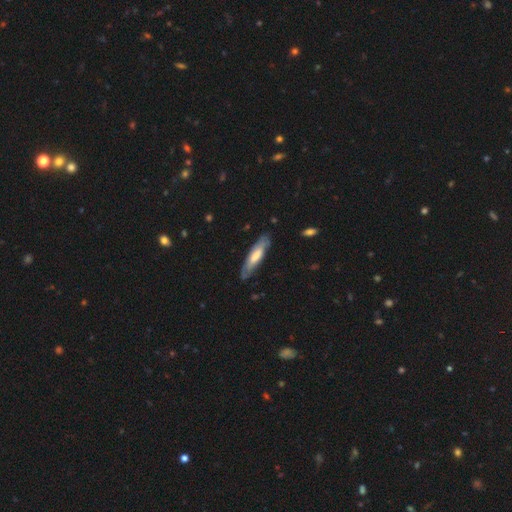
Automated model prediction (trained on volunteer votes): Smooth or featured: smooth — 50% (featured or disk — 45%)
Merging: none — 79% (minor disturbance — 16%)